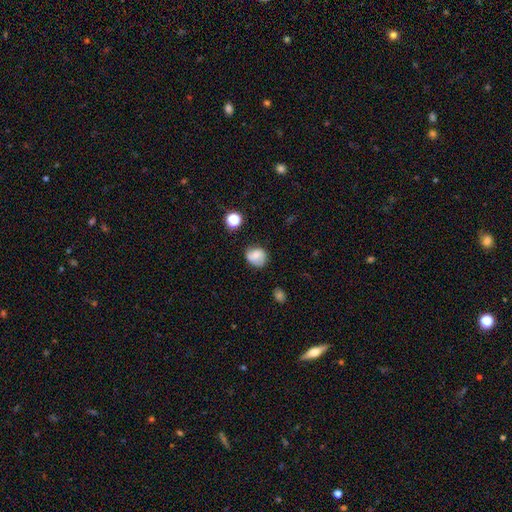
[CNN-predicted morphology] Overall: smooth (66%). How rounded: round (63%; in between 36%). Merging: none (67%).